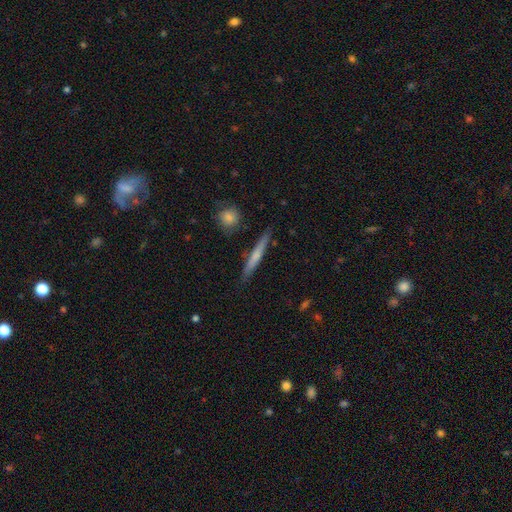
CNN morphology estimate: Overall: smooth (53%; featured or disk 41%). How rounded: cigar-shaped (94%). Merging: none (87%).